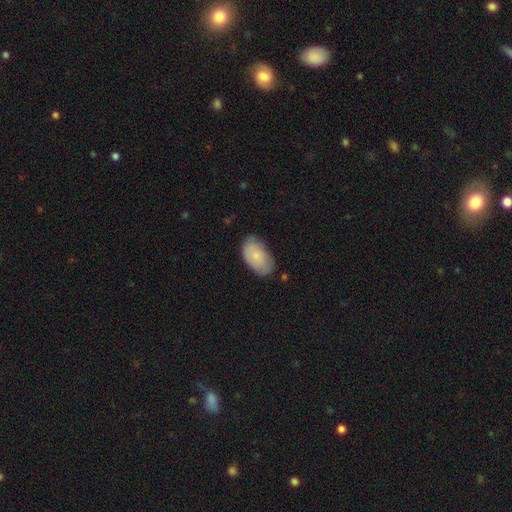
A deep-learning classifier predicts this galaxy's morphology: smooth_or_featured: smooth (p=0.77) [alt: featured or disk p=0.17]
how_rounded: in between (p=0.95) [alt: round p=0.04]
merging: none (p=0.71) [alt: minor disturbance p=0.24]